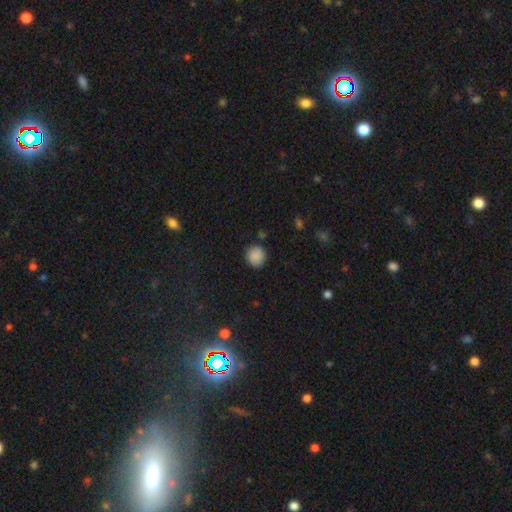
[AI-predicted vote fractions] A smooth galaxy with no disk features (87%) that is round (88%).

Vote fractions:
- Smooth or featured? smooth: 87% / star or artifact: 10% / featured or disk: 3%
- How rounded? round: 88% / in between: 11% / cigar-shaped: 1%
- Merging? none: 85% / minor disturbance: 11% / major disturbance: 3% / merger: 2%